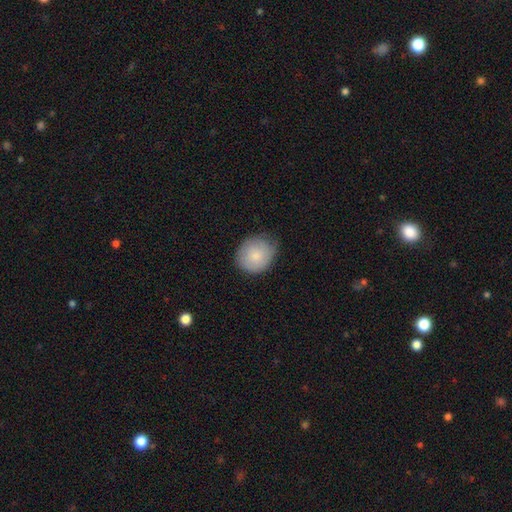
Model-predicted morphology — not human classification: A smooth galaxy with no disk features (80%) that is round (76%).

Vote fractions:
- Smooth or featured? smooth: 80% / featured or disk: 14% / star or artifact: 6%
- How rounded? round: 76% / in between: 23% / cigar-shaped: 1%
- Merging? none: 66% / minor disturbance: 28% / major disturbance: 5% / merger: 1%